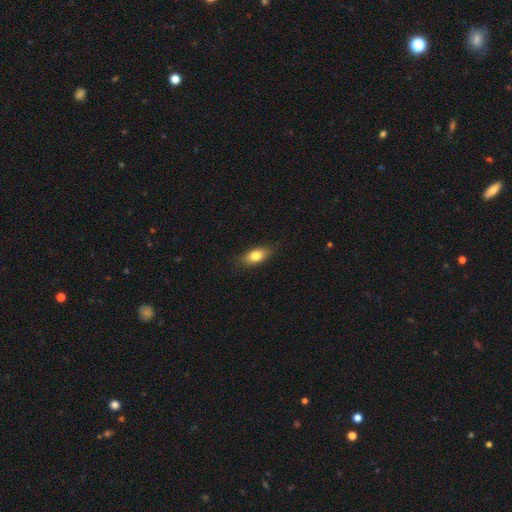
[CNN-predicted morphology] Q: Smooth or featured?
A: smooth (79%); runner-up: featured or disk (14%)
Q: How rounded?
A: in between (83%); runner-up: cigar-shaped (10%)
Q: Merging?
A: none (83%); runner-up: minor disturbance (13%)